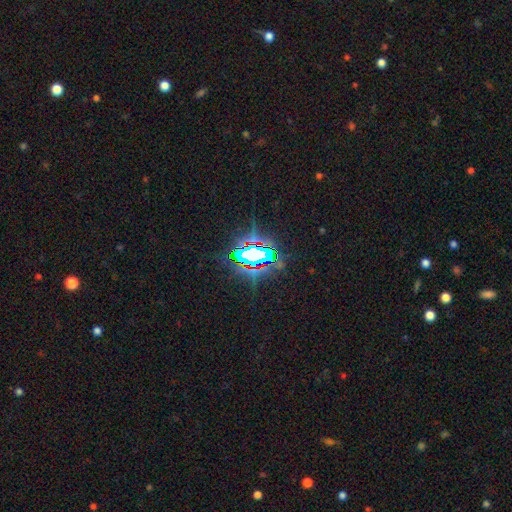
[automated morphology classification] type=star or artifact (71%).